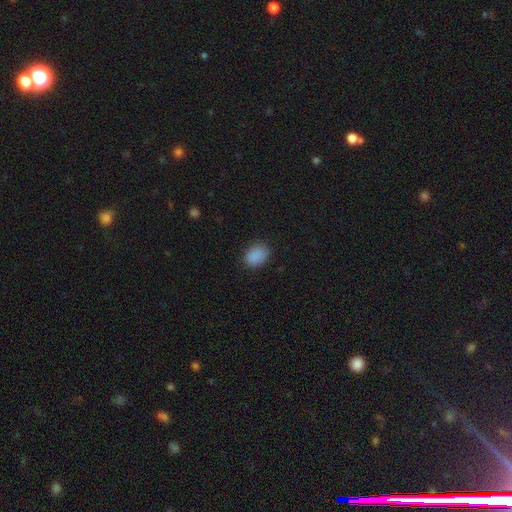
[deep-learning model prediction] Smooth or featured?
  - smooth: 87% *
  - star or artifact: 10%
  - featured or disk: 3%
How rounded?
  - in between: 60% *
  - round: 39%
  - cigar-shaped: 1%
Merging?
  - none: 84% *
  - minor disturbance: 12%
  - major disturbance: 3%
  - merger: 1%